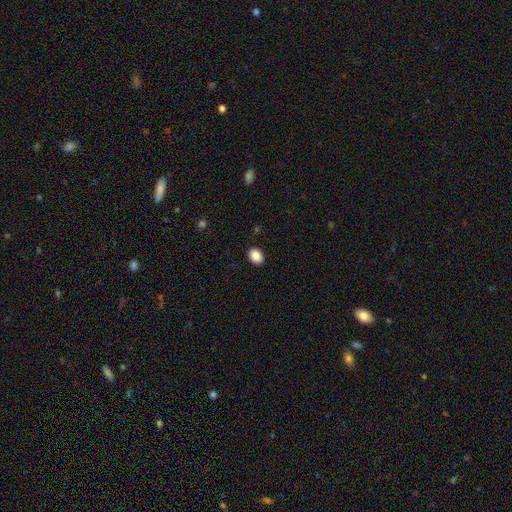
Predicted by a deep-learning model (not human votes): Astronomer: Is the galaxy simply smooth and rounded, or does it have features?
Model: smooth — 89%.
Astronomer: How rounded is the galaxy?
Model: in between — 67%.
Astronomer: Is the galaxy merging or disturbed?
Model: none — 90%.